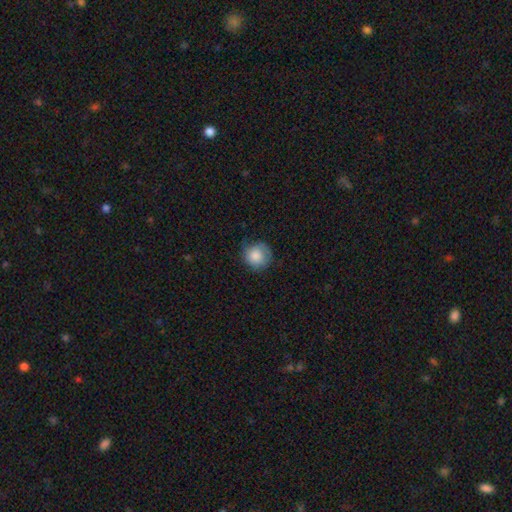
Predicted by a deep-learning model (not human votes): A smooth galaxy with no disk features (83%) that is round (91%).

Vote fractions:
- Smooth or featured? smooth: 83% / featured or disk: 9% / star or artifact: 8%
- How rounded? round: 91% / in between: 8% / cigar-shaped: 1%
- Merging? none: 71% / minor disturbance: 23% / major disturbance: 6% / merger: 1%